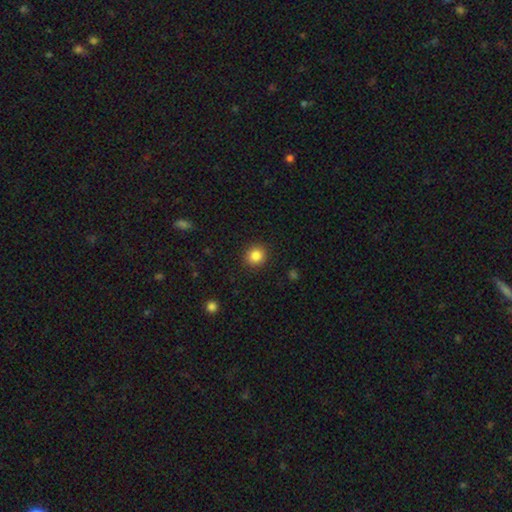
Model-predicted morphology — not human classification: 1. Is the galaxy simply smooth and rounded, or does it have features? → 86% smooth, 10% star or artifact, 4% featured or disk.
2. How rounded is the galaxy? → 90% round, 9% in between, 1% cigar-shaped.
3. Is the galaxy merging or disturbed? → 91% none, 6% minor disturbance, 2% major disturbance, 1% merger.